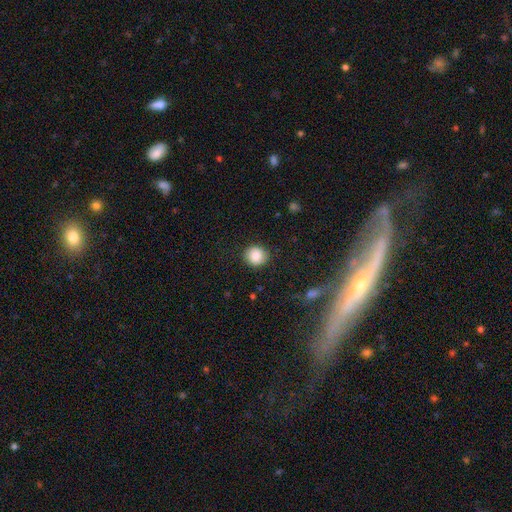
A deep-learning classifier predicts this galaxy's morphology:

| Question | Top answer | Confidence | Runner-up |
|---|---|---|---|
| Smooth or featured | smooth | 86% | star or artifact (8%) |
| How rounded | round | 89% | in between (10%) |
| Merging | none | 87% | minor disturbance (9%) |